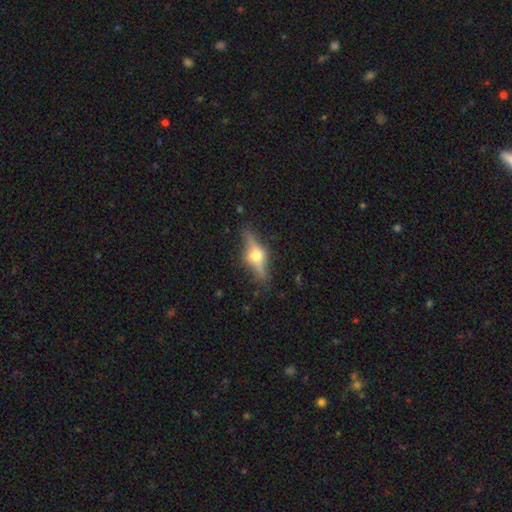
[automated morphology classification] Smooth or featured? featured or disk (71%)
Edge-on disk? yes (93%)
Edge-on bulge? rounded (96%)
Merging? none (82%)